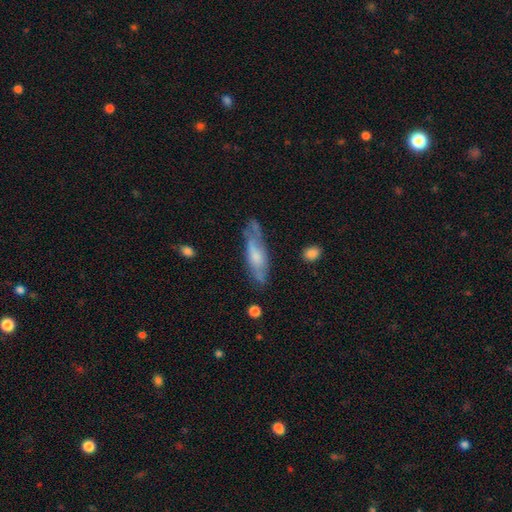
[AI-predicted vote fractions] Q: Smooth or featured?
A: featured or disk (49%); runner-up: smooth (43%)
Q: Merging?
A: none (62%); runner-up: minor disturbance (25%)